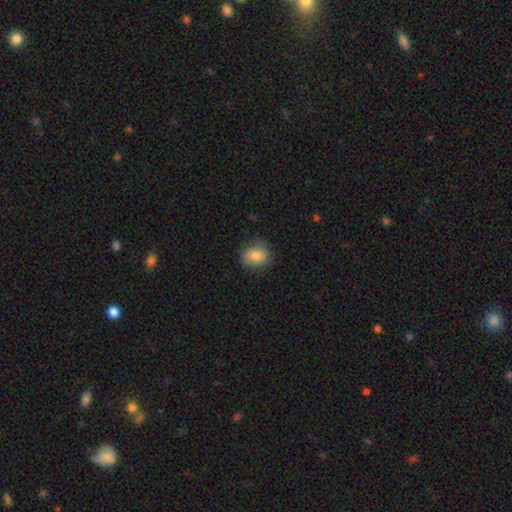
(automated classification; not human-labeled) smooth-or-featured: smooth: 82% | featured or disk: 10% | star or artifact: 8%
  how-rounded: round: 57% | in between: 42% | cigar-shaped: 1%
  merging: none: 79% | minor disturbance: 16% | major disturbance: 4% | merger: 1%